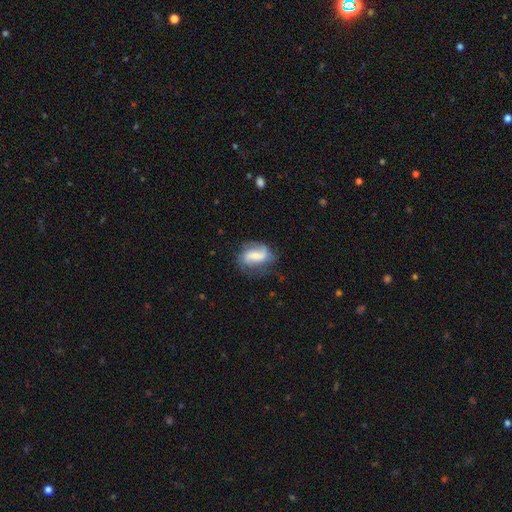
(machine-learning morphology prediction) The model was most divided on "bulge size": small: 40%, moderate: 34%, none: 14%, large: 10%, dominant: 2%. Remaining: edge-on disk — no (96%); spiral arms — yes (88%); spiral arm count — 2 (80%); smooth or featured — featured or disk (65%); merging — none (62%); spiral winding — loose (53%); bar — weak (42%).